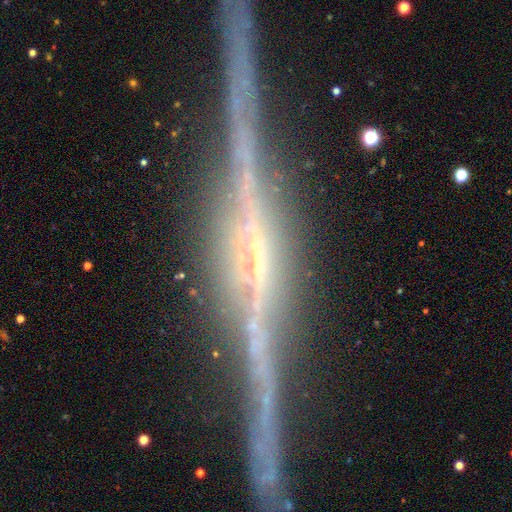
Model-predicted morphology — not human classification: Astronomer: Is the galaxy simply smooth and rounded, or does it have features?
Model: featured or disk — 88%.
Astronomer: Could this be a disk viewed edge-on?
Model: yes — 98%.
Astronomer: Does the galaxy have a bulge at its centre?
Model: rounded — 44% (runner-up: boxy, 29%).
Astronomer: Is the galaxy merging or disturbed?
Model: none — 85%.